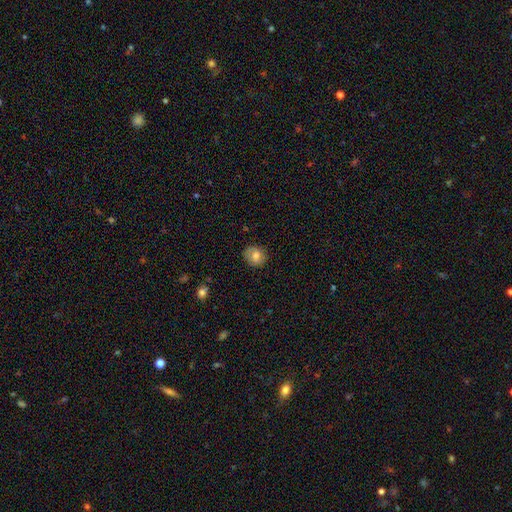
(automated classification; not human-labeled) Q: Smooth or featured?
A: smooth (74%); runner-up: featured or disk (17%)
Q: How rounded?
A: round (70%); runner-up: in between (29%)
Q: Merging?
A: none (83%); runner-up: minor disturbance (14%)